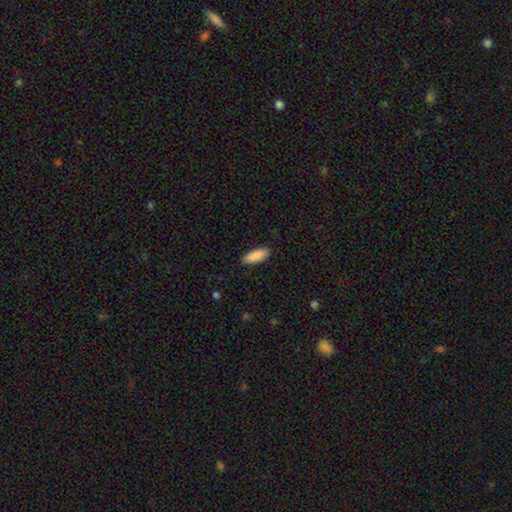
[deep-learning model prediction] Q: Smooth or featured?
A: smooth (90%); runner-up: star or artifact (6%)
Q: How rounded?
A: in between (64%); runner-up: cigar-shaped (35%)
Q: Merging?
A: none (89%); runner-up: minor disturbance (8%)